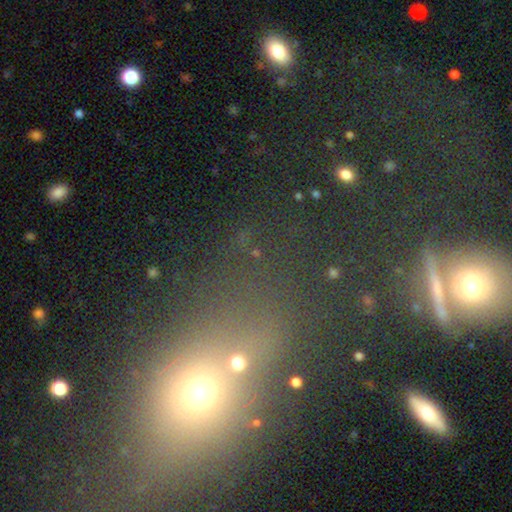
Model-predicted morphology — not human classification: This appears to be a star or artifact, not a galaxy (49%).